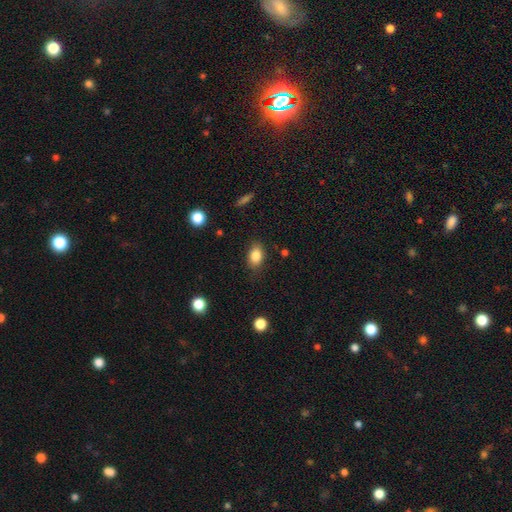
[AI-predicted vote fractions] smooth_or_featured: smooth (p=0.85) [alt: star or artifact p=0.09]
how_rounded: in between (p=0.82) [alt: round p=0.16]
merging: none (p=0.82) [alt: minor disturbance p=0.13]